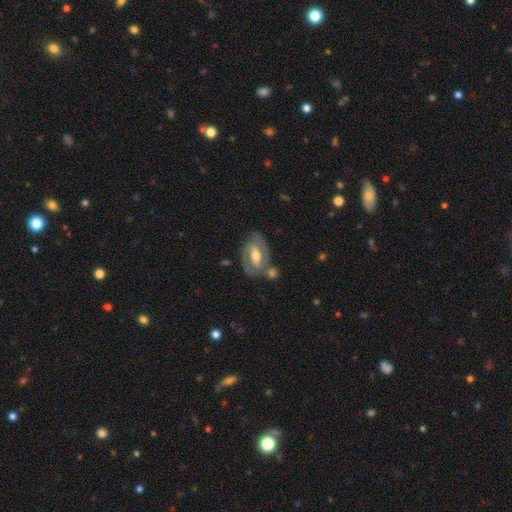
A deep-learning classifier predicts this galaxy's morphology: Smooth or featured? Predicted: featured or disk (p=0.61). Edge-on disk? Predicted: no (p=0.90). Bar? Predicted: strong (p=0.36, tied with weak). Spiral arms? Predicted: yes (p=0.52). Bulge size? Predicted: moderate (p=0.69). Merging? Predicted: none (p=0.57).